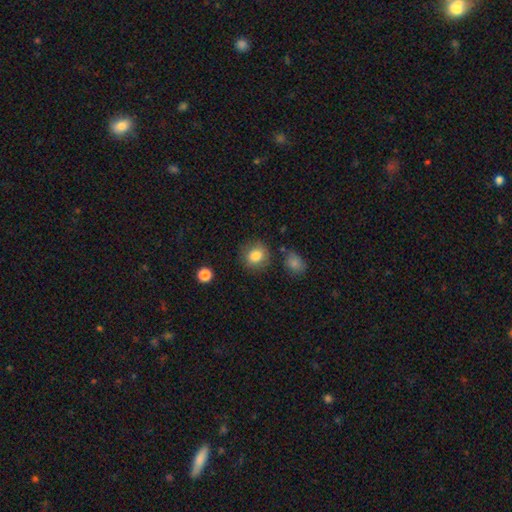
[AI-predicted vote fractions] This appears to be a smooth galaxy with no disk features (84%) that is round (83%). Merging: none (81%).